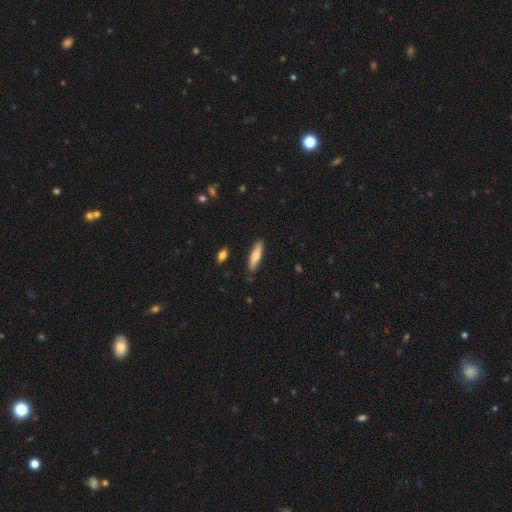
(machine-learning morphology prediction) A smooth galaxy with no disk features (70%) that is cigar-shaped (74%).

Vote fractions:
- Smooth or featured? smooth: 70% / featured or disk: 24% / star or artifact: 6%
- How rounded? cigar-shaped: 74% / in between: 24% / round: 2%
- Merging? none: 86% / minor disturbance: 11% / major disturbance: 2% / merger: 2%